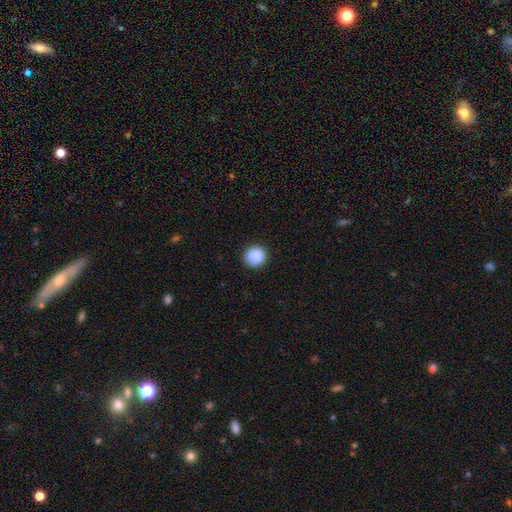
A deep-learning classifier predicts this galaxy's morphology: Smooth or featured? Predicted: smooth (p=0.87). How rounded? Predicted: round (p=0.89). Merging? Predicted: none (p=0.82).